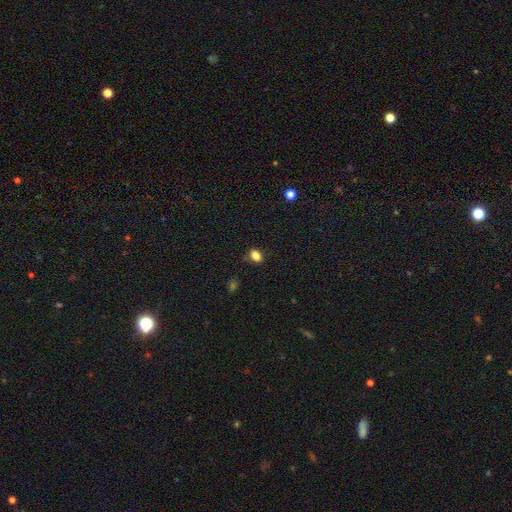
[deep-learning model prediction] smooth 82%, star or artifact 12%, featured or disk 6%. Down the decision tree: how rounded — in between (73%); merging — none (82%).